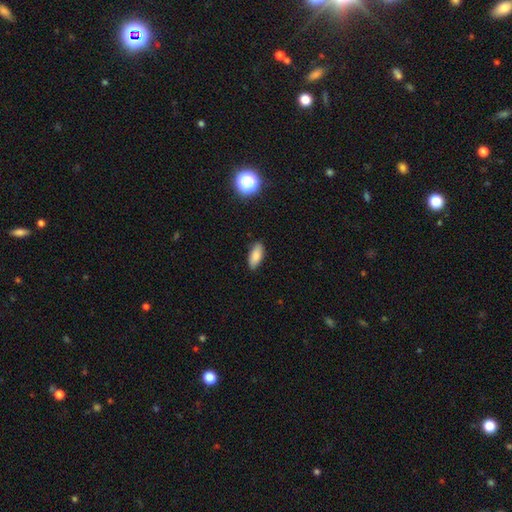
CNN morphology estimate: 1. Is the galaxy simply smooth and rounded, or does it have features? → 84% smooth, 8% star or artifact, 8% featured or disk.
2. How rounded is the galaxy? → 83% in between, 15% cigar-shaped, 3% round.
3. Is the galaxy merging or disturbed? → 85% none, 11% minor disturbance, 2% major disturbance, 1% merger.